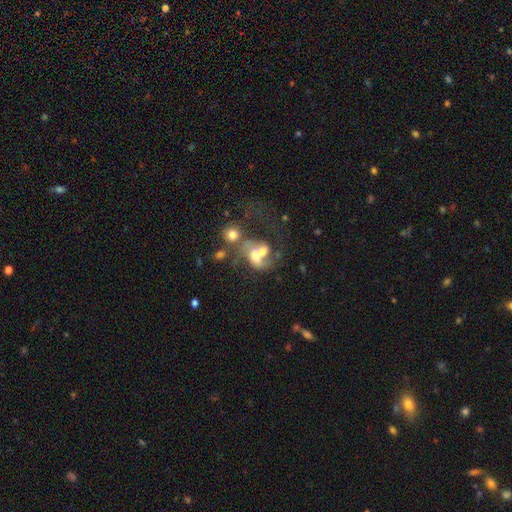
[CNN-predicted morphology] This appears to be a featured or disk galaxy (48%). Merging: merger (58%).